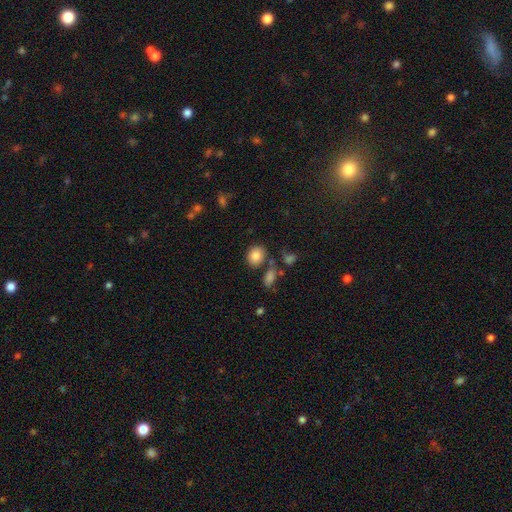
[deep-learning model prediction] A smooth galaxy with no disk features (84%) that is round (57%).

Vote fractions:
- Smooth or featured? smooth: 84% / star or artifact: 9% / featured or disk: 7%
- How rounded? round: 57% / in between: 42% / cigar-shaped: 1%
- Merging? none: 72% / minor disturbance: 12% / merger: 11% / major disturbance: 4%